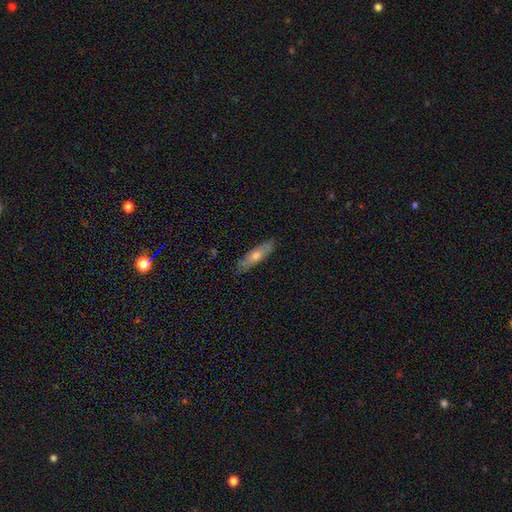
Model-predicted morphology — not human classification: Smooth or featured? Predicted: smooth (p=0.56). How rounded? Predicted: cigar-shaped (p=0.66). Merging? Predicted: none (p=0.84).